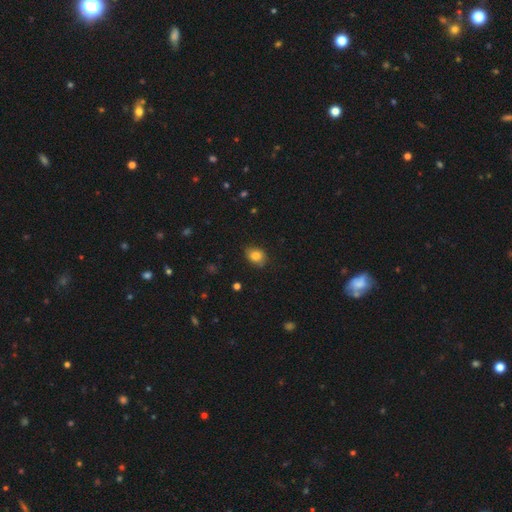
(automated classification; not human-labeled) This appears to be a smooth galaxy with no disk features (83%) that is in between round and cigar-shaped (57%). Merging: none (76%).